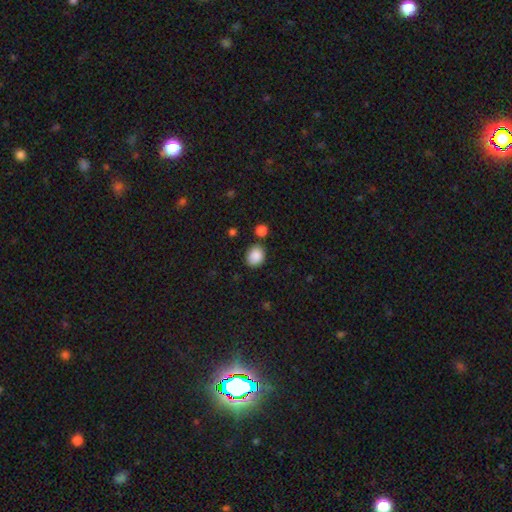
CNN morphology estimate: Q: Smooth or featured?
A: smooth (88%); runner-up: star or artifact (8%)
Q: How rounded?
A: round (55%); runner-up: in between (44%)
Q: Merging?
A: none (77%); runner-up: minor disturbance (13%)